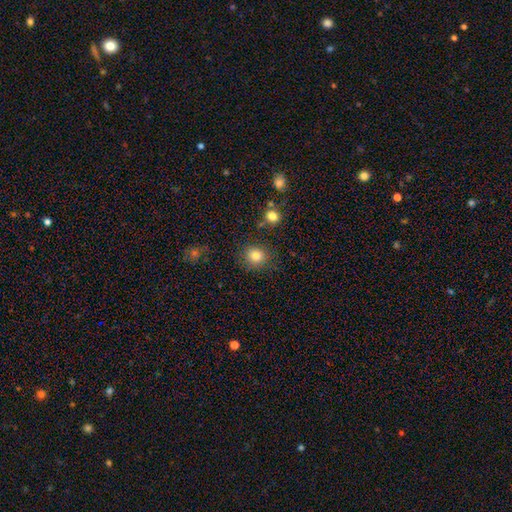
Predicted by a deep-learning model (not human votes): A smooth galaxy with no disk features (82%) that is round (87%). Merging: none (85%).